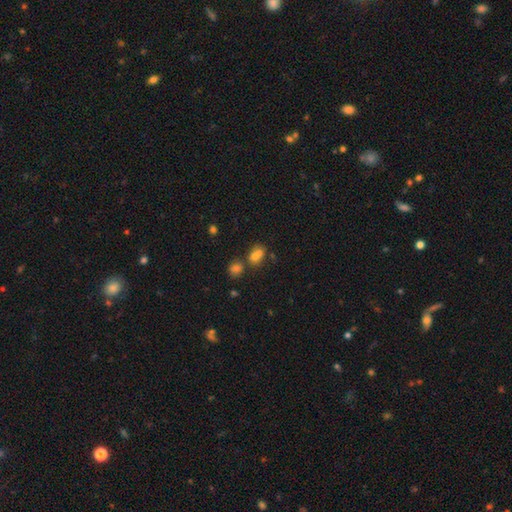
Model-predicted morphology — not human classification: smooth 71%, star or artifact 16%, featured or disk 13%. Down the decision tree: how rounded — round (51%); merging — merger (53%).